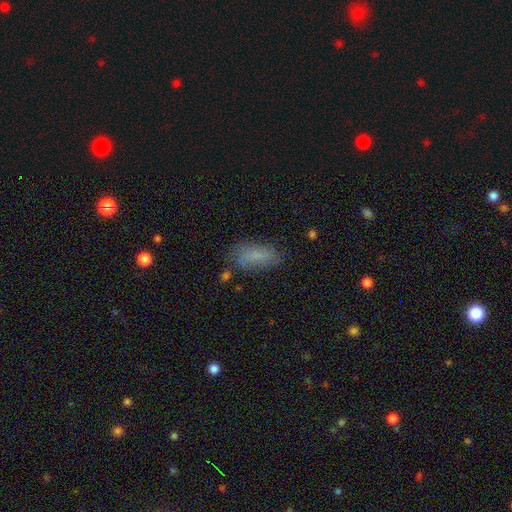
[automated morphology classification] smooth-or-featured: smooth: 74% | featured or disk: 17% | star or artifact: 9%
  how-rounded: in between: 82% | cigar-shaped: 15% | round: 3%
  merging: none: 68% | minor disturbance: 22% | major disturbance: 7% | merger: 3%